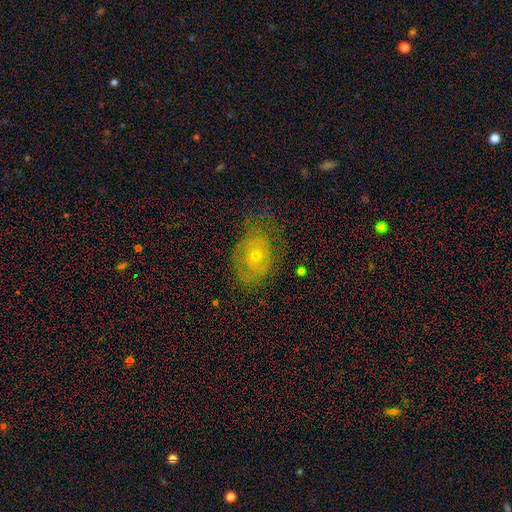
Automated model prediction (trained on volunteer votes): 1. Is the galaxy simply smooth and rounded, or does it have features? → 52% featured or disk, 38% smooth, 10% star or artifact.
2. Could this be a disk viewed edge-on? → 94% no, 6% yes.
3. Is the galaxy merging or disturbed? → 56% none, 26% minor disturbance, 17% major disturbance, 1% merger.